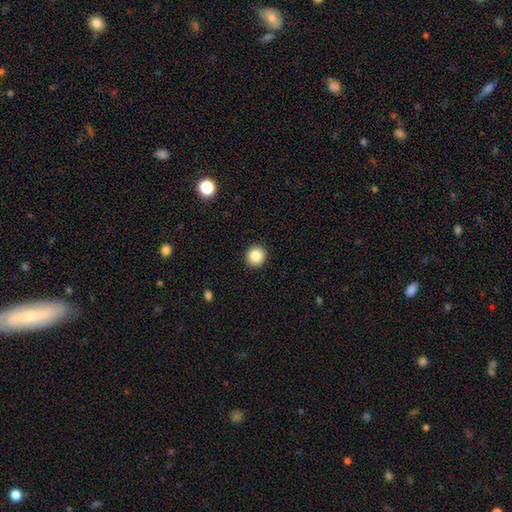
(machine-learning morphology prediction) Smooth or featured? Predicted: smooth (p=0.86). How rounded? Predicted: round (p=0.94). Merging? Predicted: none (p=0.93).